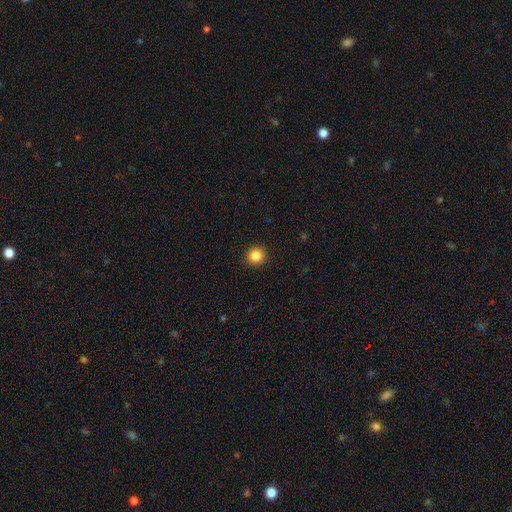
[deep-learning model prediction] Smooth or featured? smooth (85%)
How rounded? round (94%)
Merging? none (93%)